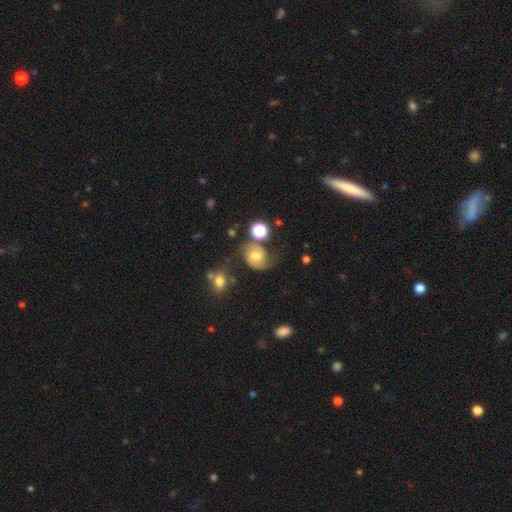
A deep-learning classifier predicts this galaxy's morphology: Smooth or featured?
  - featured or disk: 58% *
  - smooth: 31%
  - star or artifact: 11%
Edge-on disk?
  - no: 97% *
  - yes: 3%
Bar?
  - no: 70% *
  - weak: 25%
  - strong: 5%
Spiral arms?
  - yes: 88% *
  - no: 12%
Bulge size?
  - moderate: 66% *
  - small: 19%
  - large: 10%
  - none: 2%
  - dominant: 2%
Merging?
  - none: 54% *
  - minor disturbance: 22%
  - major disturbance: 15%
  - merger: 9%